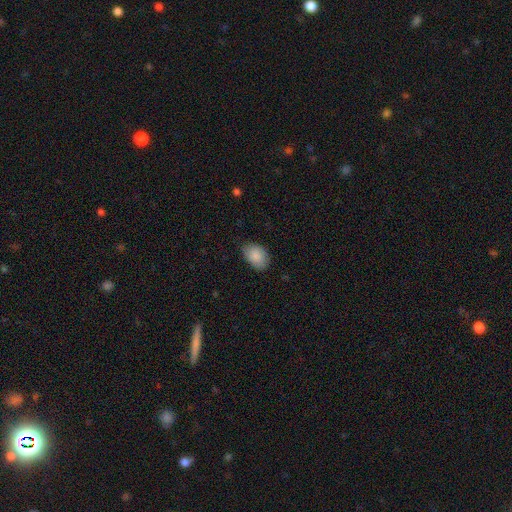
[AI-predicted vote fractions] Overall: smooth (88%). How rounded: in between (85%). Merging: none (76%).